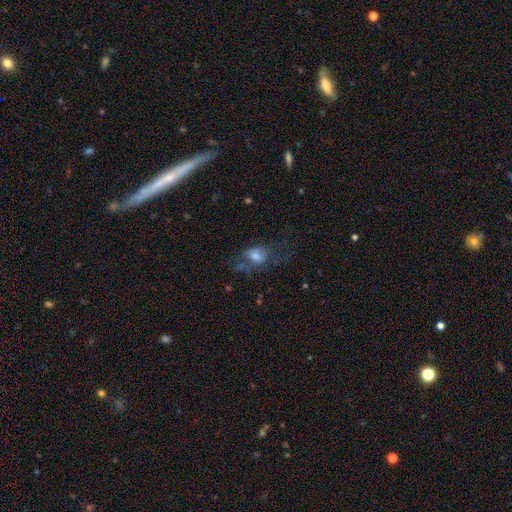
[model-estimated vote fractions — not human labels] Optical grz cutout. It shows a smooth galaxy with no disk features (52%) that is in between round and cigar-shaped (66%). Merging: none (39%).